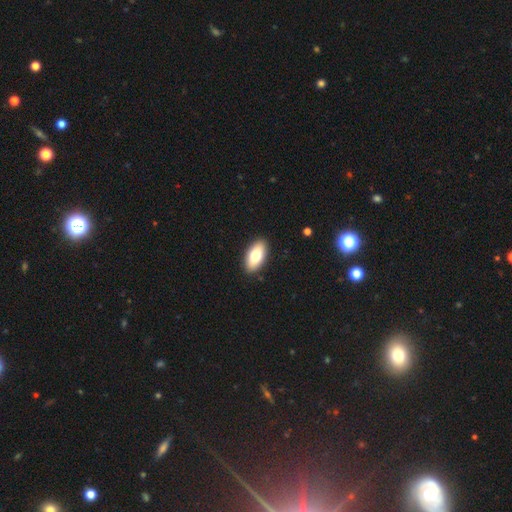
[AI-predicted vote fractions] Smooth or featured? smooth (78%)
How rounded? in between (92%)
Merging? none (90%)